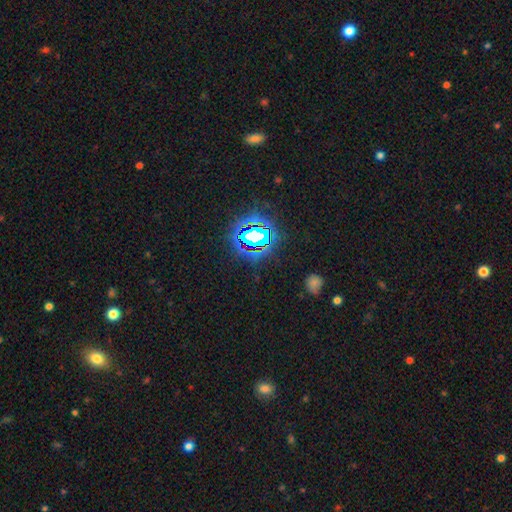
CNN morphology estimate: Smooth or featured? star or artifact (79%)